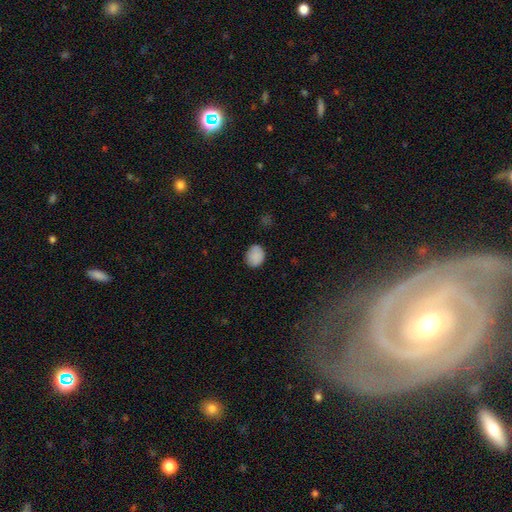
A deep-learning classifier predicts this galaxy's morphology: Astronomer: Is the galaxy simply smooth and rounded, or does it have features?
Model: smooth — 88%.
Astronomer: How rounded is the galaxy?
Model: round — 52% (runner-up: in between, 47%).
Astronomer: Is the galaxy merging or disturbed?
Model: none — 81%.